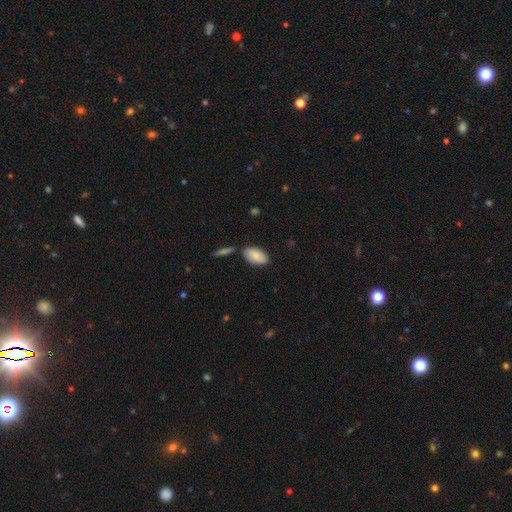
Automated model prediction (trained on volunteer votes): This is likely a smooth galaxy (79%). How rounded: clearly in between (94%). Merging: likely none (73%).